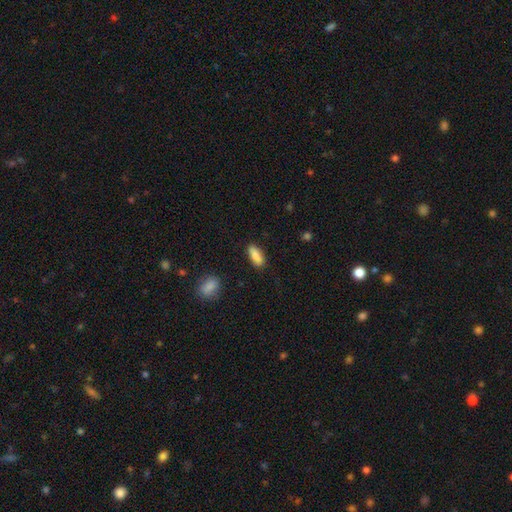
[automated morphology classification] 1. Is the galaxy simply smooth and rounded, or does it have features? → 89% smooth, 6% star or artifact, 5% featured or disk.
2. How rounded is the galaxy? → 68% in between, 30% cigar-shaped, 2% round.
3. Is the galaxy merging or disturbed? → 86% none, 10% minor disturbance, 2% major disturbance, 2% merger.